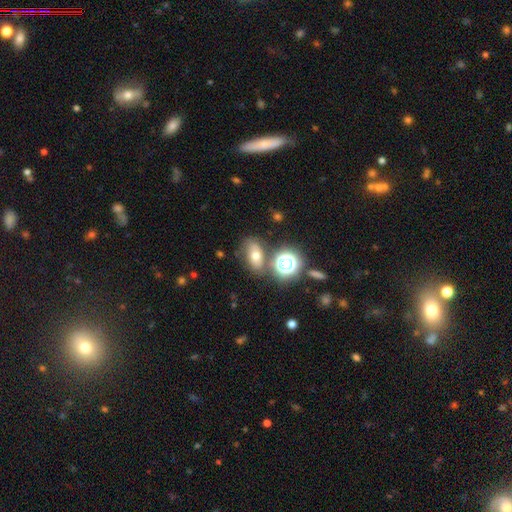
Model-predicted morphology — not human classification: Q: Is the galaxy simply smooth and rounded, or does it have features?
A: smooth — 57%.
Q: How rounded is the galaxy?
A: in between — 71%.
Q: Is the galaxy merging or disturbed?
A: none — 64%.